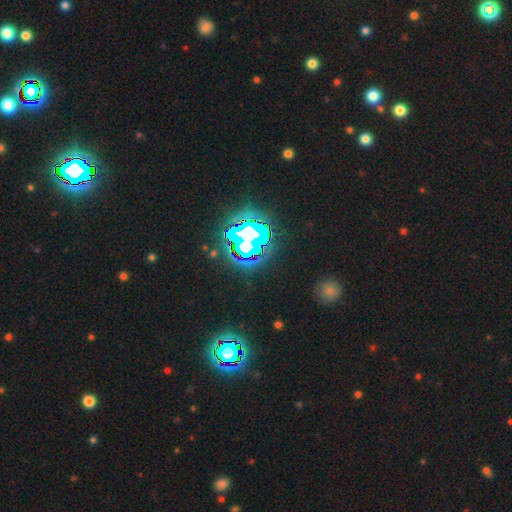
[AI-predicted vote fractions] This is clearly a star or artifact rather than a galaxy (83%).